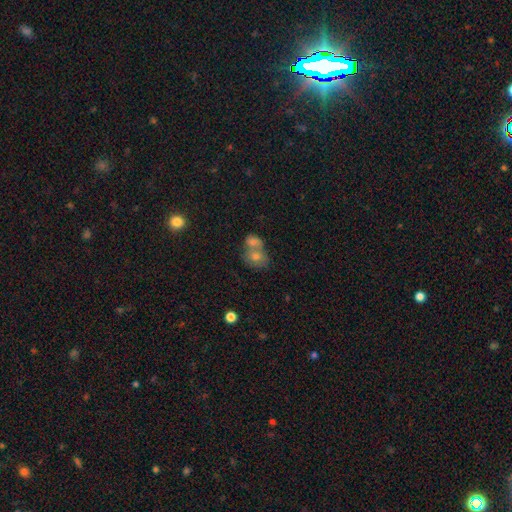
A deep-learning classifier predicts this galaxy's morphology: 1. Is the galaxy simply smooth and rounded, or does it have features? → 62% smooth, 22% featured or disk, 15% star or artifact.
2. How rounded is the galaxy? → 61% round, 37% in between, 2% cigar-shaped.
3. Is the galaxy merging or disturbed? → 58% merger, 30% none, 7% minor disturbance, 4% major disturbance.